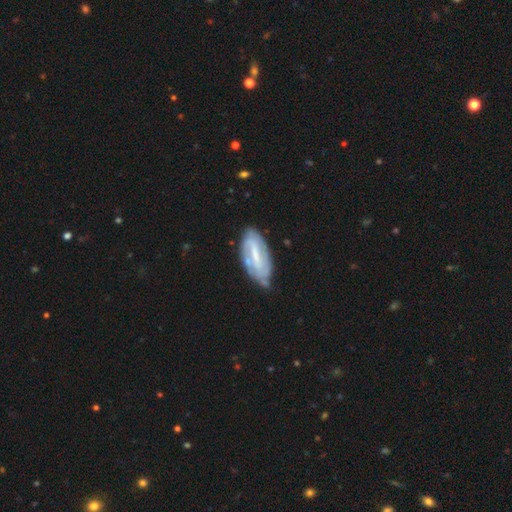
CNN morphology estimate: Smooth or featured? Predicted: featured or disk (p=0.66). Edge-on disk? Predicted: no (p=0.90). Bar? Predicted: strong (p=0.49). Spiral arms? Predicted: yes (p=0.73). Bulge size? Predicted: small (p=0.41). Merging? Predicted: none (p=0.62).